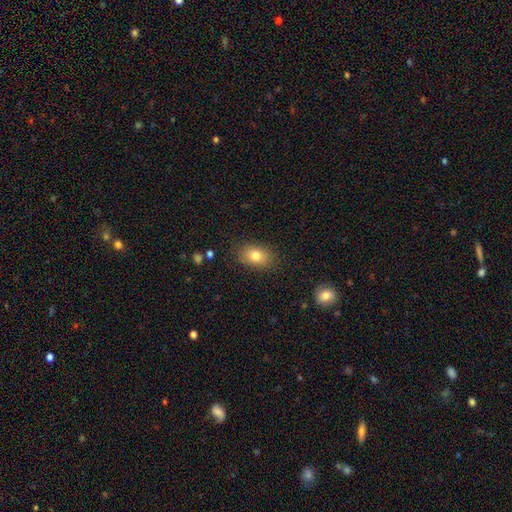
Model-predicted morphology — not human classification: smooth-or-featured: smooth: 79% | featured or disk: 11% | star or artifact: 10%
  how-rounded: in between: 79% | round: 20% | cigar-shaped: 1%
  merging: none: 85% | minor disturbance: 11% | major disturbance: 3% | merger: 1%